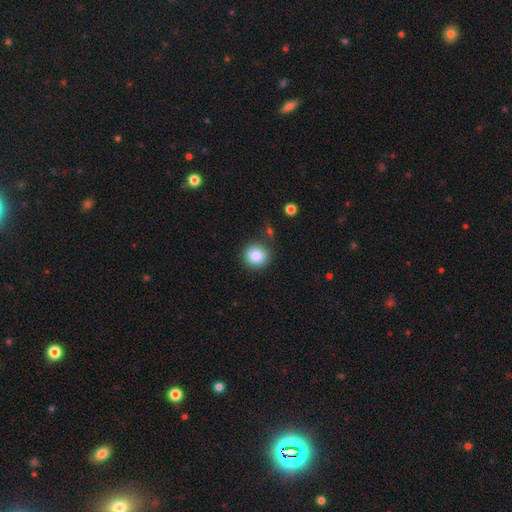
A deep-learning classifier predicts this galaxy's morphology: A smooth galaxy with no disk features (85%) that is round (91%).

Vote fractions:
- Smooth or featured? smooth: 85% / star or artifact: 9% / featured or disk: 6%
- How rounded? round: 91% / in between: 8% / cigar-shaped: 1%
- Merging? none: 84% / minor disturbance: 9% / merger: 4% / major disturbance: 3%